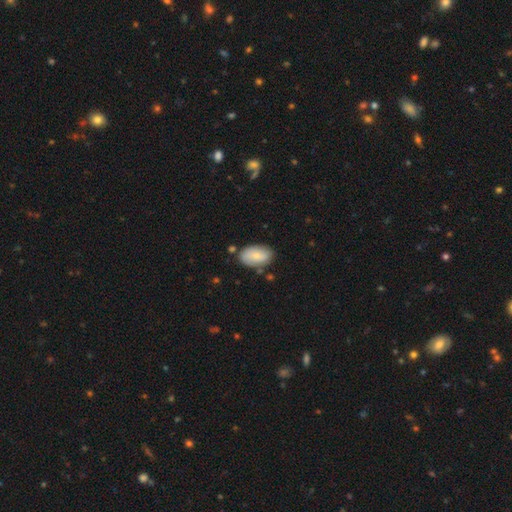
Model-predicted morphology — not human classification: smooth-or-featured: smooth: 74% | featured or disk: 20% | star or artifact: 6%
  how-rounded: in between: 93% | round: 5% | cigar-shaped: 2%
  merging: none: 76% | minor disturbance: 16% | merger: 4% | major disturbance: 3%